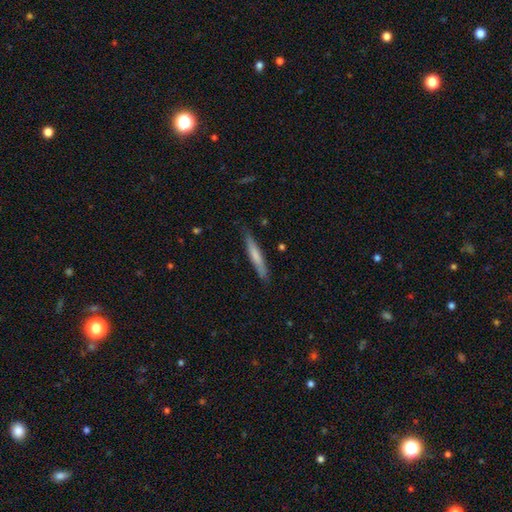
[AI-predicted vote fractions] smooth 65%, featured or disk 29%, star or artifact 5%. Down the decision tree: how rounded — cigar-shaped (94%); merging — none (85%).